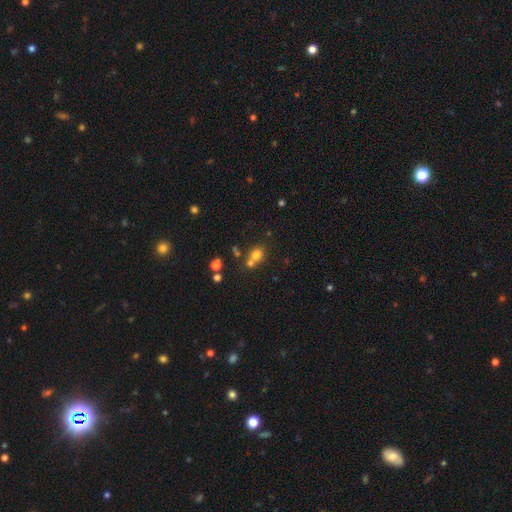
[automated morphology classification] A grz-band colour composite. It shows a smooth galaxy with no disk features (72%) that is round (66%). Merging: merger (45%).